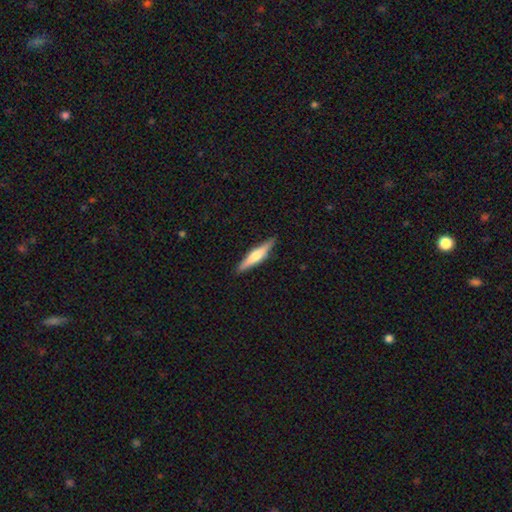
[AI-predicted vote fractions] Smooth or featured? featured or disk (52%)
Edge-on disk? yes (97%)
Edge-on bulge? rounded (79%)
Merging? none (90%)